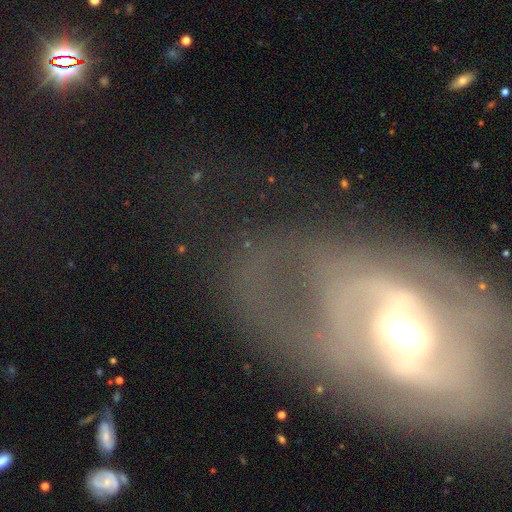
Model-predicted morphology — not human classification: A featured or disk galaxy (70%) with no bar (39%), spiral arms (57%) and a moderate central bulge (61%). Merging: none (50%).